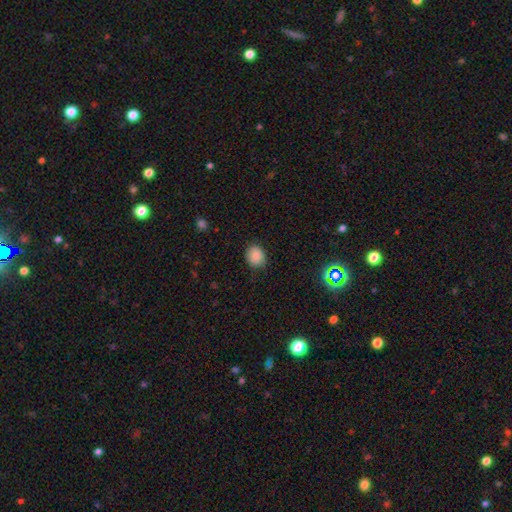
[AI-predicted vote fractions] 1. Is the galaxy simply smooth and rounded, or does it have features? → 86% smooth, 10% star or artifact, 4% featured or disk.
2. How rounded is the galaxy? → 67% round, 32% in between, 1% cigar-shaped.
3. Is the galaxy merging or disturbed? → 84% none, 12% minor disturbance, 3% major disturbance, 1% merger.